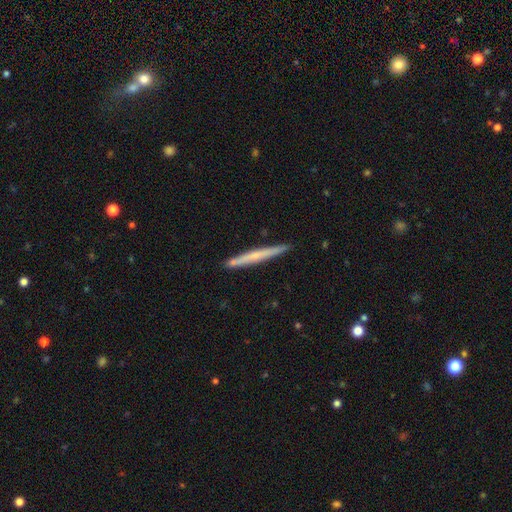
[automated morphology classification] The model was most divided on "smooth or featured": smooth: 49%, featured or disk: 45%, star or artifact: 6%. More confident: merging — none (88%).